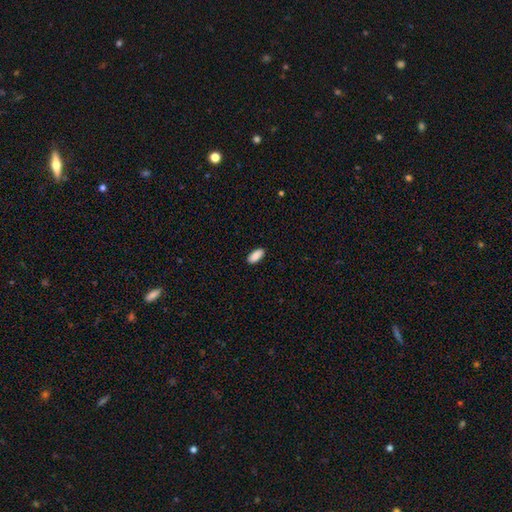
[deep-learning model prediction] Overall: smooth (90%). How rounded: in between (90%). Merging: none (89%).